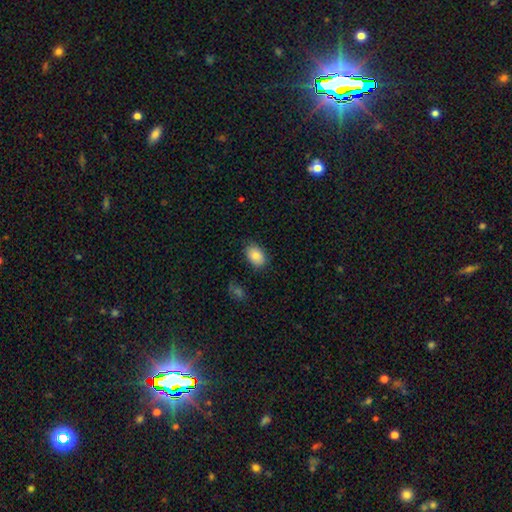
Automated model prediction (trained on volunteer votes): Morphology: type=smooth (86%); roundness=in between (88%); merging=none (82%).